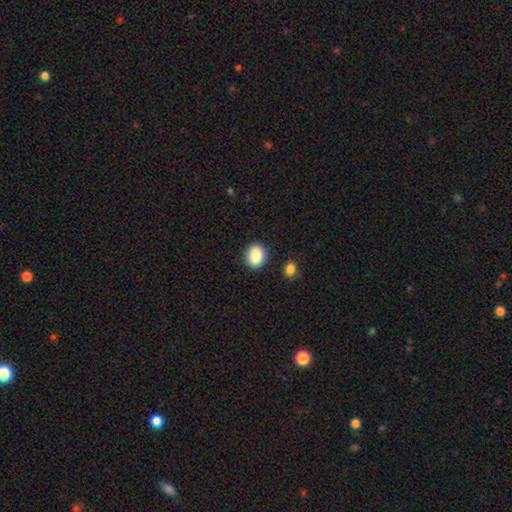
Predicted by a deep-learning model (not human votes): Smooth or featured? Predicted: smooth (p=0.88). How rounded? Predicted: round (p=0.59). Merging? Predicted: none (p=0.88).